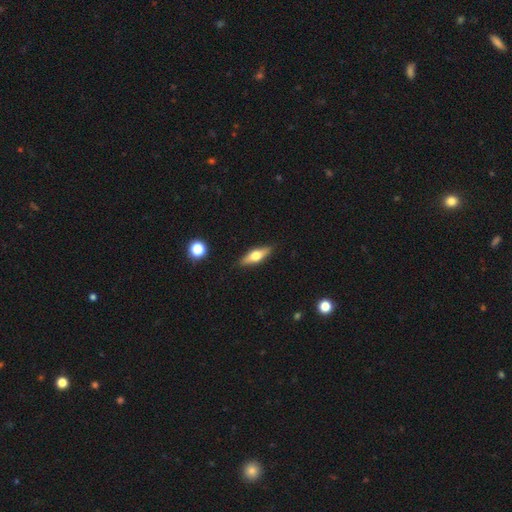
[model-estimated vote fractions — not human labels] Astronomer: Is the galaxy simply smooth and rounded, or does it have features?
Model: featured or disk — 48% (runner-up: smooth, 45%).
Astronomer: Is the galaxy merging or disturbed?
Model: none — 88%.